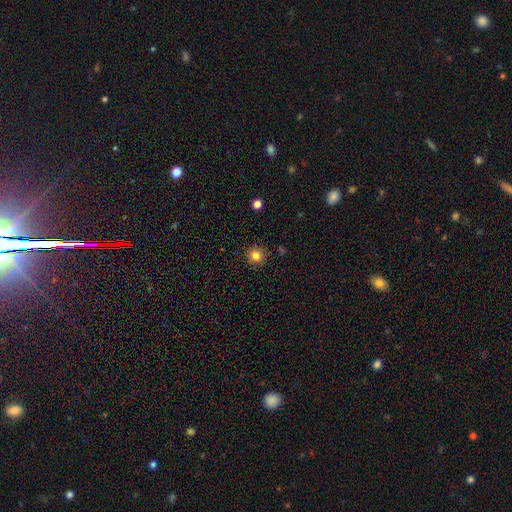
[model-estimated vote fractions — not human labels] Smooth or featured? smooth (82%)
How rounded? round (91%)
Merging? none (90%)